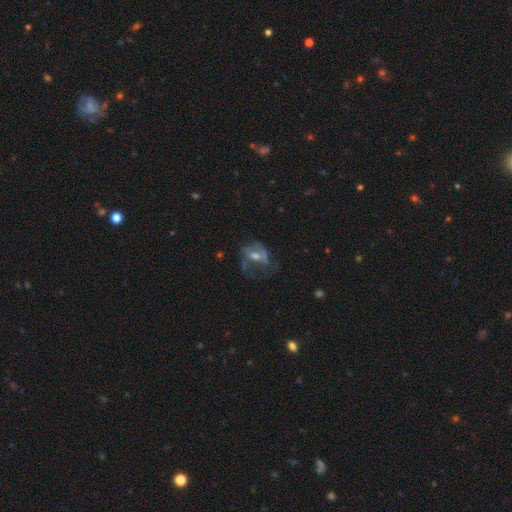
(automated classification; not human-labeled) smooth-or-featured: featured or disk: 62% | smooth: 27% | star or artifact: 11%
  disk-edge-on: no: 95% | yes: 5%
    bar: no: 49% | weak: 37% | strong: 14%
    has-spiral-arms: yes: 59% | no: 41%
    bulge-size: moderate: 58% | small: 26% | large: 8% | none: 7% | dominant: 1%
  merging: none: 38% (tied) | major disturbance: 38% (tied) | minor disturbance: 21% | merger: 3%